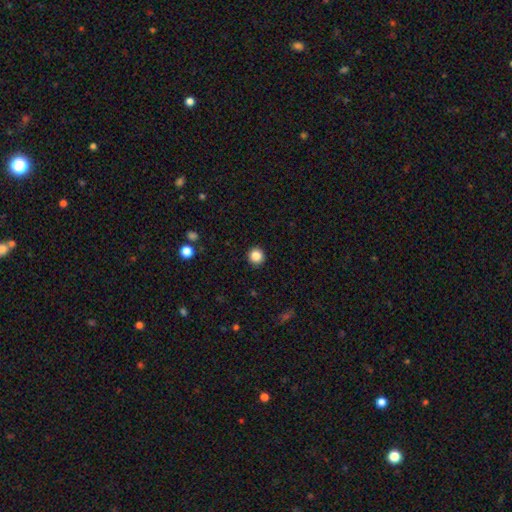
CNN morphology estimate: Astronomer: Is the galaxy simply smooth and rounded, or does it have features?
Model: smooth — 85%.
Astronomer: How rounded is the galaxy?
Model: round — 93%.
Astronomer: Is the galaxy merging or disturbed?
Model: none — 92%.